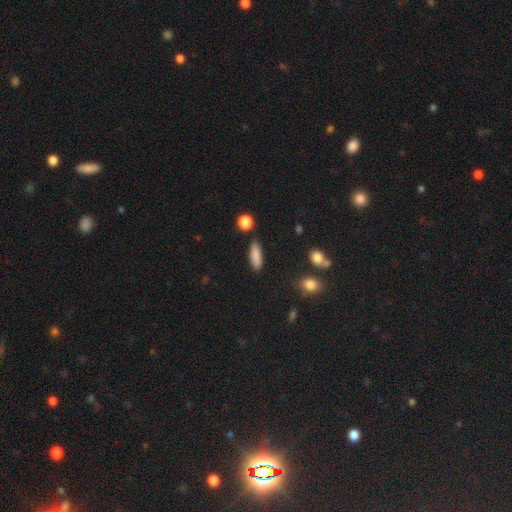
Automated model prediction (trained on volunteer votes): This is clearly a smooth galaxy (86%). How rounded: possibly in between (53%). Merging: clearly none (86%).